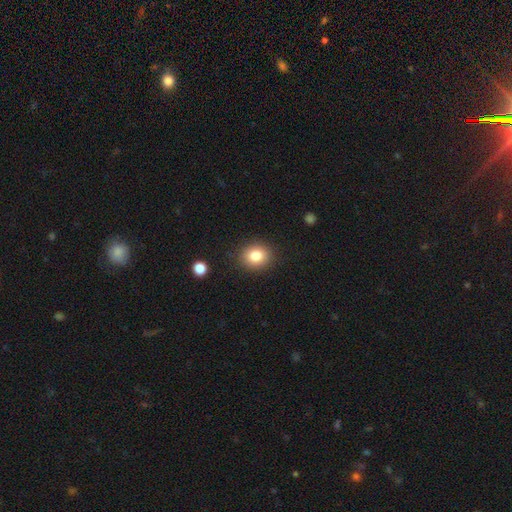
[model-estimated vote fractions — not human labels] Overall: smooth (83%). How rounded: round (69%; in between 30%). Merging: none (88%).